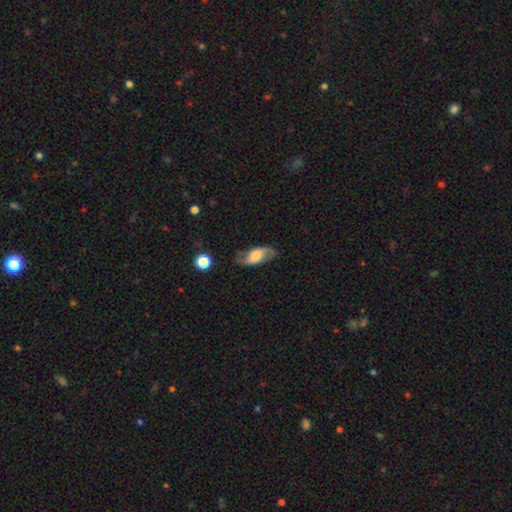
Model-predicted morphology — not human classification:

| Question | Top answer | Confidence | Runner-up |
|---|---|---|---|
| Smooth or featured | featured or disk | 56% | smooth (36%) |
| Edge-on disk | no | 88% | yes (12%) |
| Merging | none | 73% | minor disturbance (18%) |